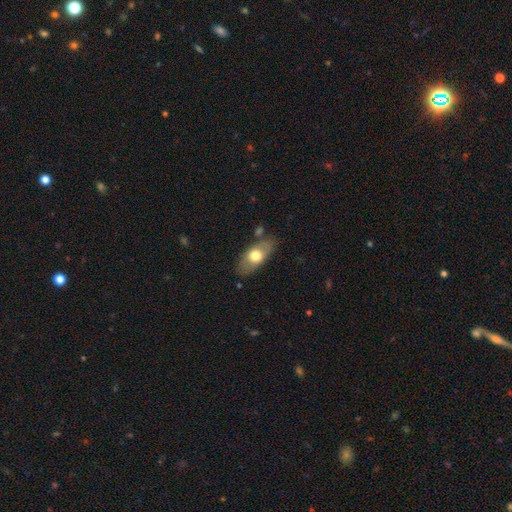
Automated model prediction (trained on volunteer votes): Overall: smooth (62%; featured or disk 32%). How rounded: in between (86%). Merging: none (75%).